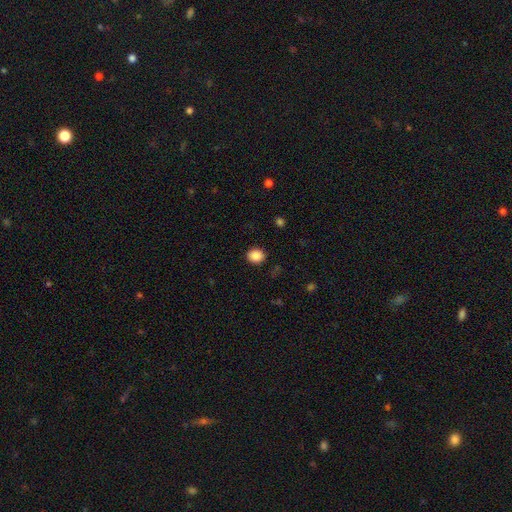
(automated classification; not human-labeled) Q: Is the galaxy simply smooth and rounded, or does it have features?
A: smooth — 87%.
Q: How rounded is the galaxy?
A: round — 69%.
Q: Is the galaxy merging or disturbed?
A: none — 90%.